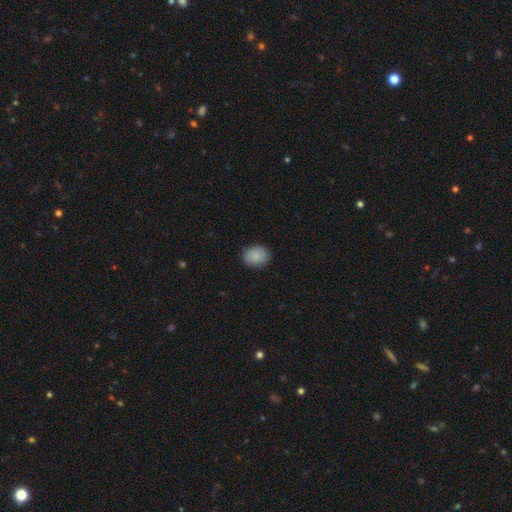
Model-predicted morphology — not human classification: Smooth or featured? Predicted: smooth (p=0.88). How rounded? Predicted: round (p=0.55). Merging? Predicted: none (p=0.88).